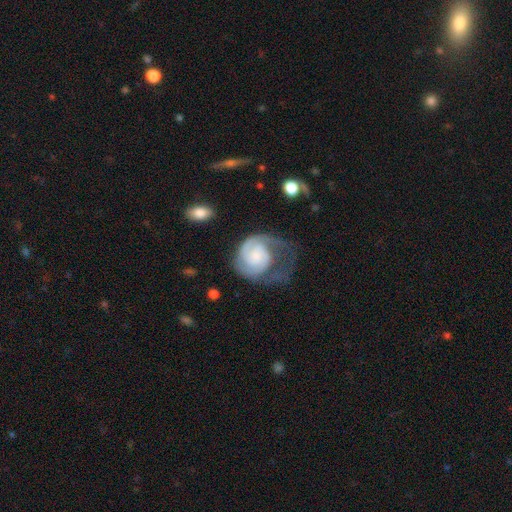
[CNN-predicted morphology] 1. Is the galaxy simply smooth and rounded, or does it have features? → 68% featured or disk, 26% smooth, 6% star or artifact.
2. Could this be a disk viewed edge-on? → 98% no, 2% yes.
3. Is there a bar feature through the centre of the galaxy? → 69% no, 27% weak, 4% strong.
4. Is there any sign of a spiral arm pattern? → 89% yes, 11% no.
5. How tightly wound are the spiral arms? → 47% tight, 34% medium, 19% loose.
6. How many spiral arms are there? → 43% 1, 34% 2, 15% can't tell, 5% 3, 2% 4, 2% more than 4.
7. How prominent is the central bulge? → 30% small, 24% moderate, 23% none, 18% large, 5% dominant.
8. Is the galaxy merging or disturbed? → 52% major disturbance, 25% none, 20% minor disturbance, 3% merger.